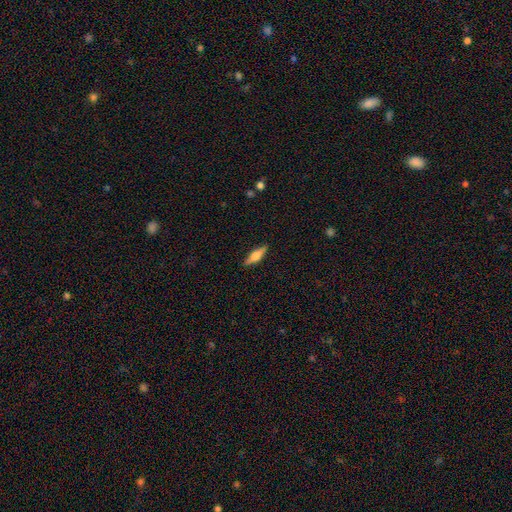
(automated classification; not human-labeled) smooth_or_featured: featured or disk (p=0.49) [alt: smooth p=0.44]
merging: none (p=0.88) [alt: minor disturbance p=0.09]